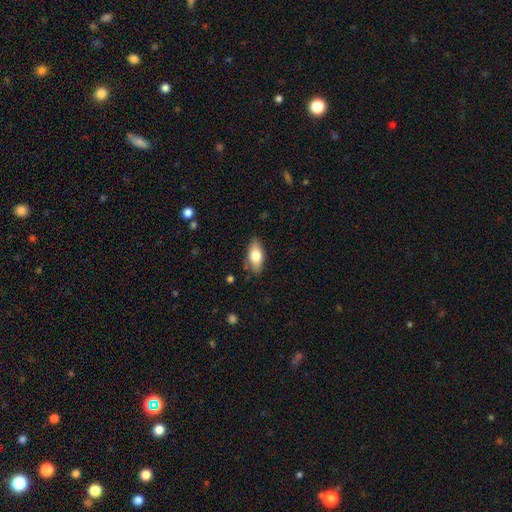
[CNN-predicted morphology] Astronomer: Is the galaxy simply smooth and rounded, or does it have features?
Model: smooth — 70%.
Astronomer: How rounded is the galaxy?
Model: in between — 86%.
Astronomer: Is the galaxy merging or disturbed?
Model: none — 80%.